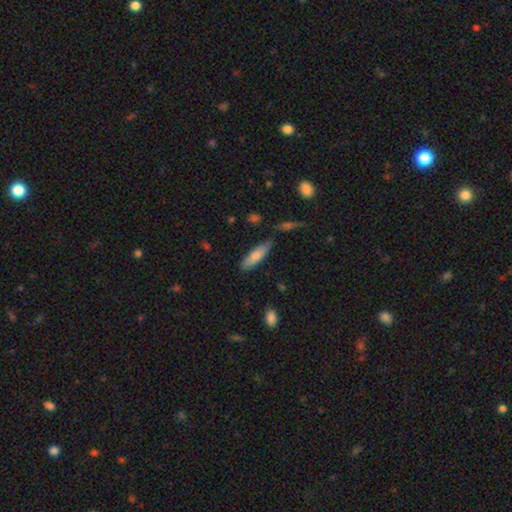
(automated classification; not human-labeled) The model was most divided on "how rounded": cigar-shaped: 60%, in between: 39%, round: 2%. More confident: merging — none (76%); smooth or featured — smooth (74%).